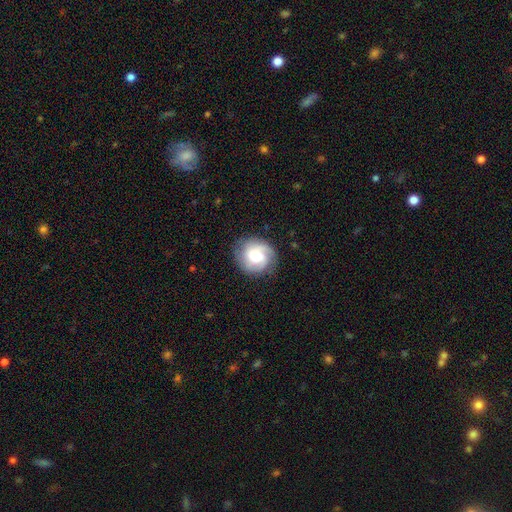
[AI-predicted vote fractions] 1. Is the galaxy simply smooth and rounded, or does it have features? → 60% featured or disk, 33% smooth, 7% star or artifact.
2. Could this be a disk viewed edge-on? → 98% no, 2% yes.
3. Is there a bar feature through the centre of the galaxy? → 57% no, 35% weak, 7% strong.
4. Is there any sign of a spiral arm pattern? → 92% yes, 8% no.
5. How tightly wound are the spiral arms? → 46% tight, 38% medium, 15% loose.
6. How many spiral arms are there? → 34% 2, 26% 3, 21% can't tell, 11% 1, 5% 4, 4% more than 4.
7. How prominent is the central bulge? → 47% moderate, 24% large, 21% small, 4% none, 4% dominant.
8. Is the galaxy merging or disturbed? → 79% none, 14% minor disturbance, 6% major disturbance, 1% merger.